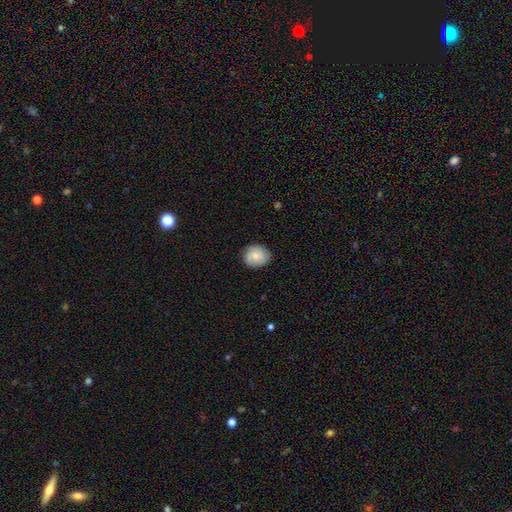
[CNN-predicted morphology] This is likely a smooth galaxy (64%). How rounded: likely round (73%). Merging: clearly none (82%).